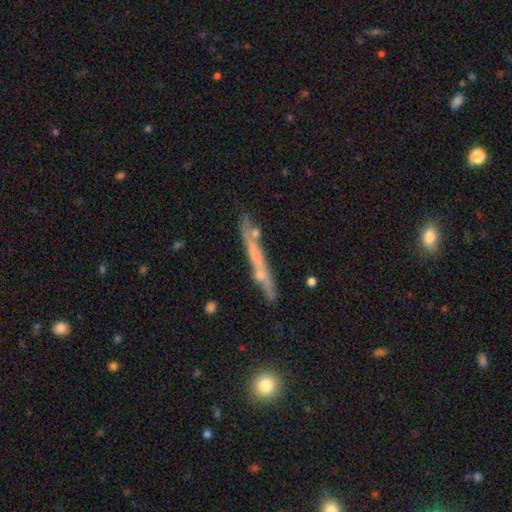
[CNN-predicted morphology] Smooth or featured: featured or disk — 53% (smooth — 39%)
Edge-on disk: yes — 88% (no — 12%)
Merging: none — 71% (minor disturbance — 17%)